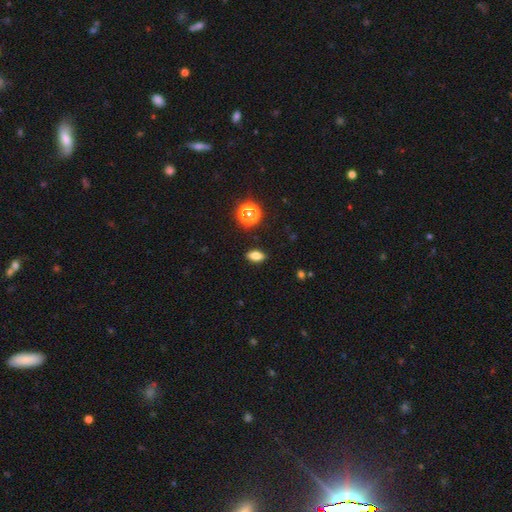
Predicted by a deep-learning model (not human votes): smooth 76%, star or artifact 12%, featured or disk 12%. Down the decision tree: how rounded — in between (79%); merging — none (88%).